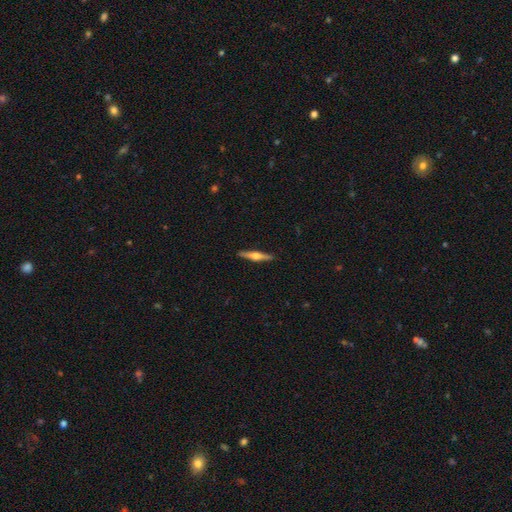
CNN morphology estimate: smooth-or-featured: featured or disk: 66% | smooth: 29% | star or artifact: 5%
  disk-edge-on: yes: 98% | no: 2%
    edge-on-bulge: rounded: 91% | boxy: 5% | none: 3%
  merging: none: 91% | minor disturbance: 6% | major disturbance: 1% | merger: 1%